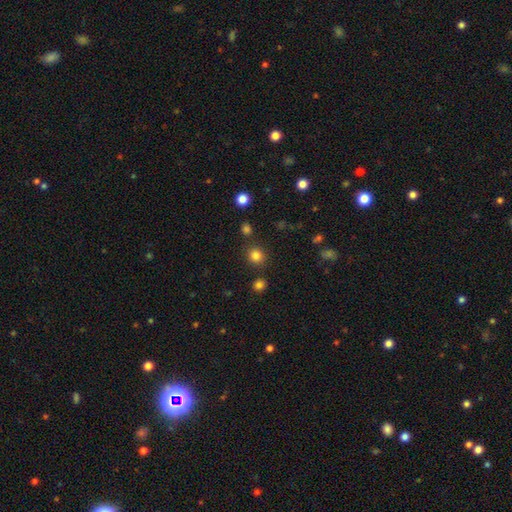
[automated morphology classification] Smooth or featured?
  - smooth: 83% *
  - star or artifact: 13%
  - featured or disk: 4%
How rounded?
  - round: 87% *
  - in between: 12%
  - cigar-shaped: 1%
Merging?
  - none: 86% *
  - minor disturbance: 7%
  - merger: 4%
  - major disturbance: 3%